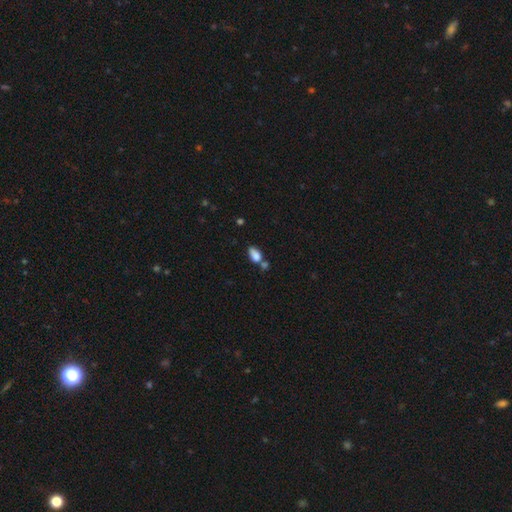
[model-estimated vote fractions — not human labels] This is clearly a smooth galaxy (82%). How rounded: clearly in between (89%). Merging: marginally none (43%).